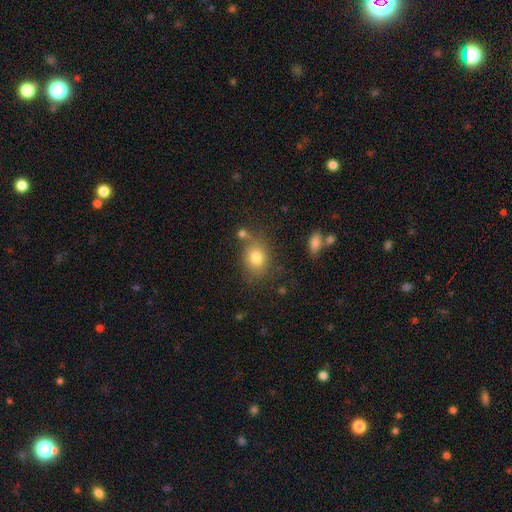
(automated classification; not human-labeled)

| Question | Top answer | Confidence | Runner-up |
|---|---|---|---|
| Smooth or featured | smooth | 78% | star or artifact (13%) |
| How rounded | round | 54% | in between (44%) |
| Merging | none | 71% | minor disturbance (15%) |